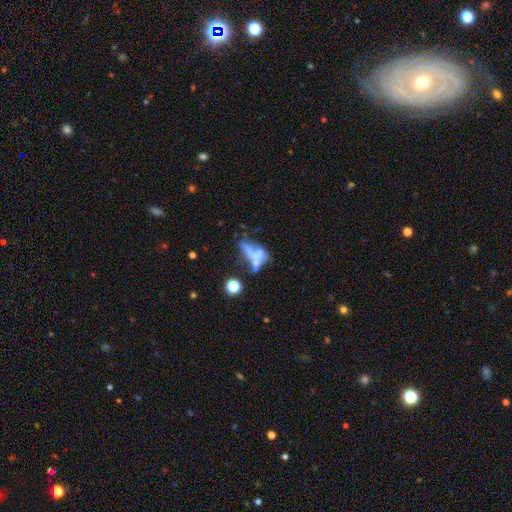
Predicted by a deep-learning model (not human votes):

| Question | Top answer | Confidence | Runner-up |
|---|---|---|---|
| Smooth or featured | featured or disk | 45% | smooth (39%) |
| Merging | merger | 41% | major disturbance (30%) |